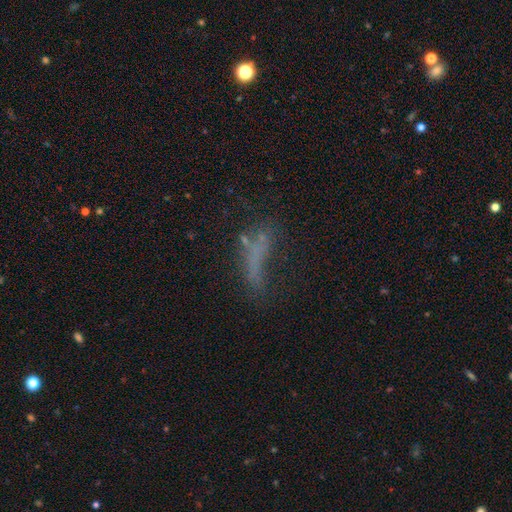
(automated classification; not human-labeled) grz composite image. It shows a smooth galaxy with no disk features (44%). Merging: none (39%).